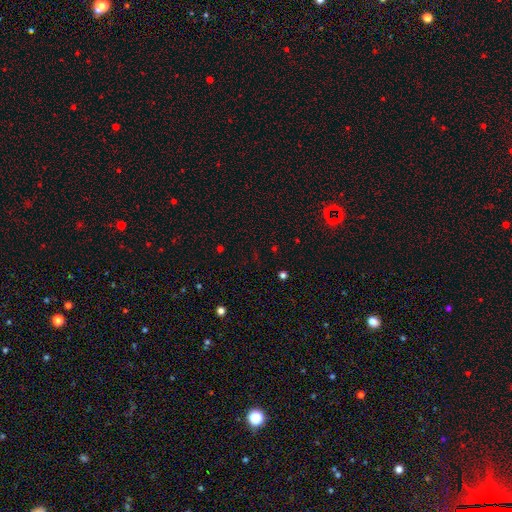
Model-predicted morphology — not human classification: Smooth or featured? star or artifact (63%)